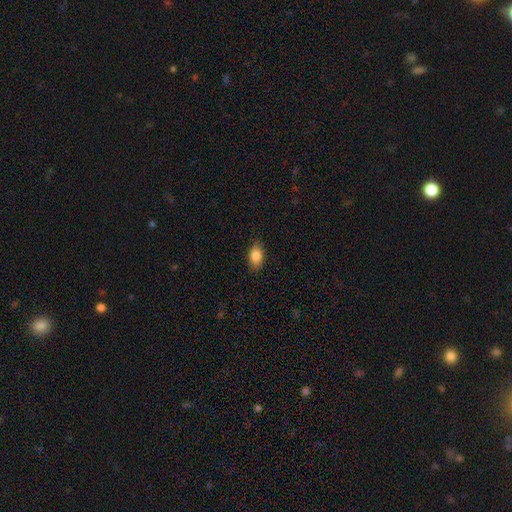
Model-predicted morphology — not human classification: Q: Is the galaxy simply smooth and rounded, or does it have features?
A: smooth — 85%.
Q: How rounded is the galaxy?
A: in between — 88%.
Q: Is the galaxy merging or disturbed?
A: none — 85%.